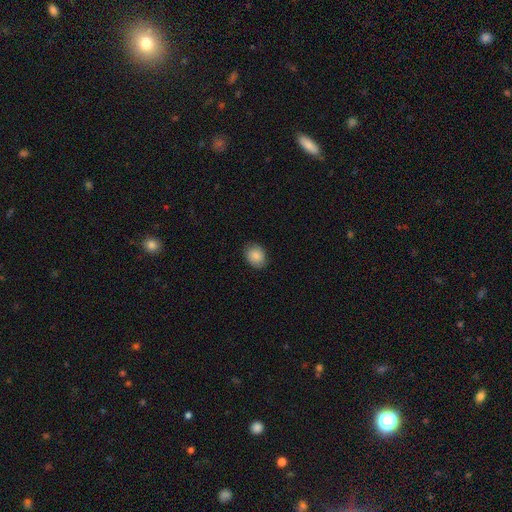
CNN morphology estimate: Q: Smooth or featured?
A: smooth (87%); runner-up: star or artifact (7%)
Q: How rounded?
A: in between (56%); runner-up: round (43%)
Q: Merging?
A: none (83%); runner-up: minor disturbance (13%)